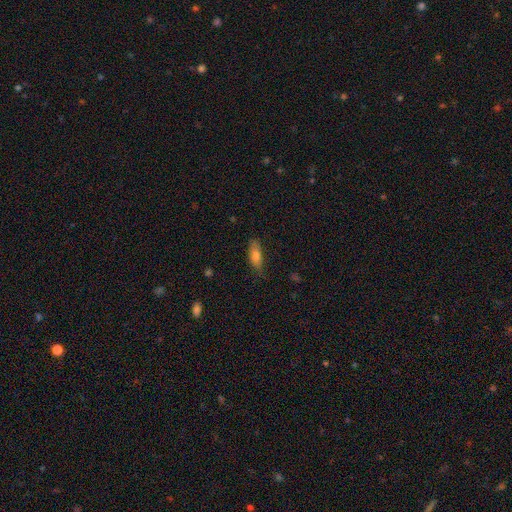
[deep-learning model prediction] Smooth or featured?
  - smooth: 74% *
  - featured or disk: 19%
  - star or artifact: 7%
How rounded?
  - in between: 66% *
  - cigar-shaped: 31%
  - round: 3%
Merging?
  - none: 74% *
  - minor disturbance: 21%
  - major disturbance: 4%
  - merger: 1%